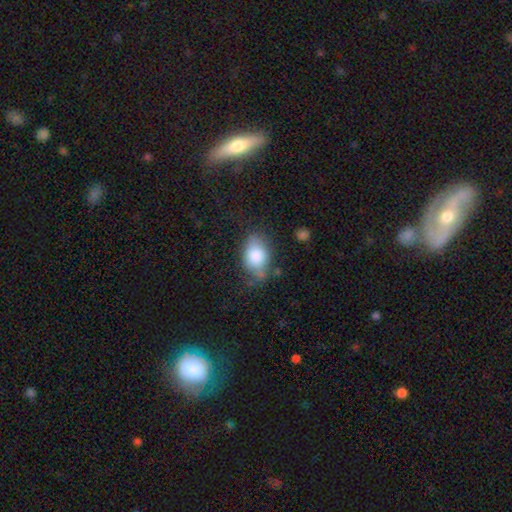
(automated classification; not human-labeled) smooth-or-featured: smooth: 81% | featured or disk: 12% | star or artifact: 7%
  how-rounded: in between: 81% | round: 17% | cigar-shaped: 2%
  merging: none: 57% | minor disturbance: 29% | major disturbance: 9% | merger: 4%